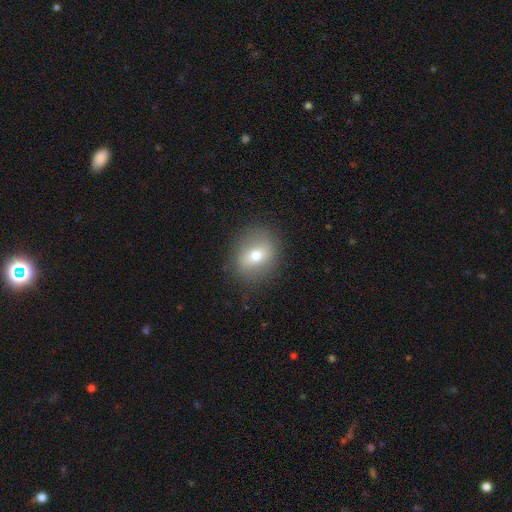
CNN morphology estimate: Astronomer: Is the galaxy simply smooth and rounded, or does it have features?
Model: smooth — 63%.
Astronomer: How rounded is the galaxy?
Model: round — 68%.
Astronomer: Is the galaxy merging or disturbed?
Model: none — 84%.